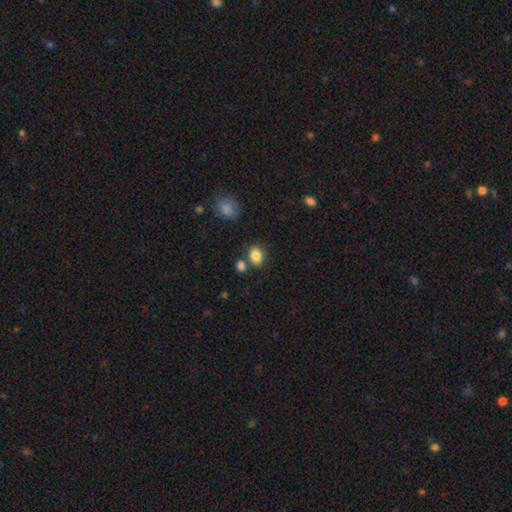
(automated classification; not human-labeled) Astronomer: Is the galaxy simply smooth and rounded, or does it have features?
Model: smooth — 85%.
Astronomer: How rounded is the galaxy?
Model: in between — 66%.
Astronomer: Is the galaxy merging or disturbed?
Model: none — 70%.